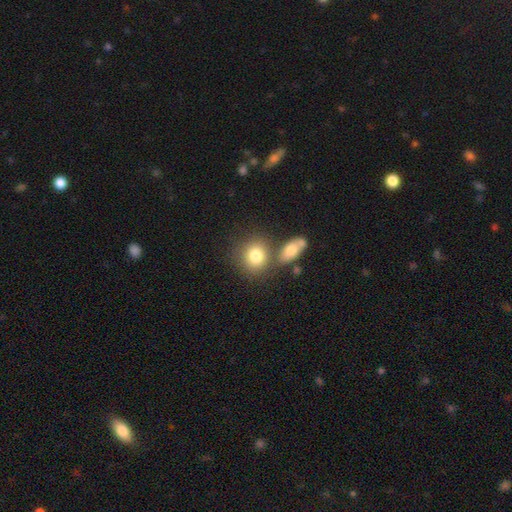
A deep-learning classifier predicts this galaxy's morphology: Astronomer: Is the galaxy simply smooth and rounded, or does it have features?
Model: smooth — 81%.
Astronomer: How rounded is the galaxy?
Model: round — 72%.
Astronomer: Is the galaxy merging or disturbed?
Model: none — 59%.